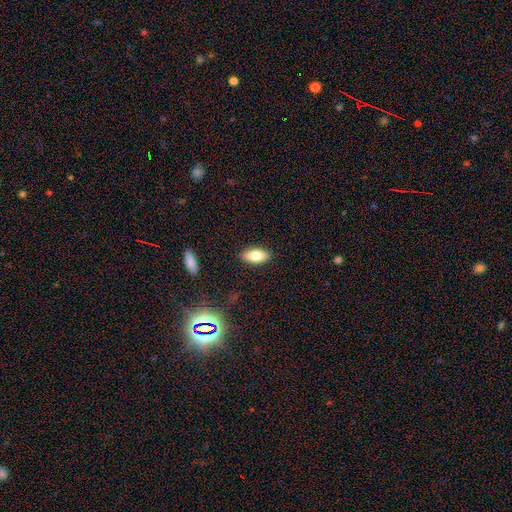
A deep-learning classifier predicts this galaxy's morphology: This is likely a smooth galaxy (78%). How rounded: clearly in between (86%). Merging: clearly none (88%).